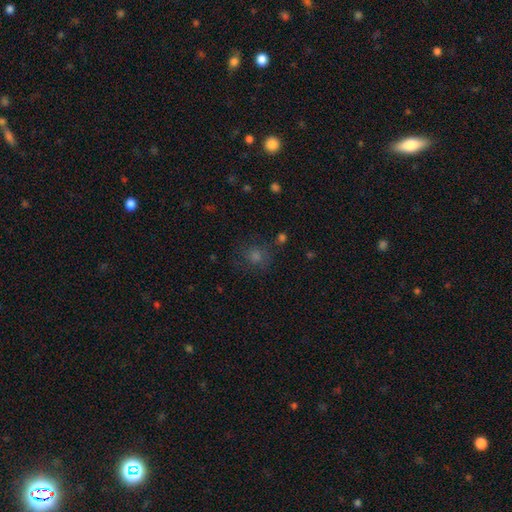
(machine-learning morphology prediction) type=smooth (53%); roundness=round (85%); merging=none (78%).